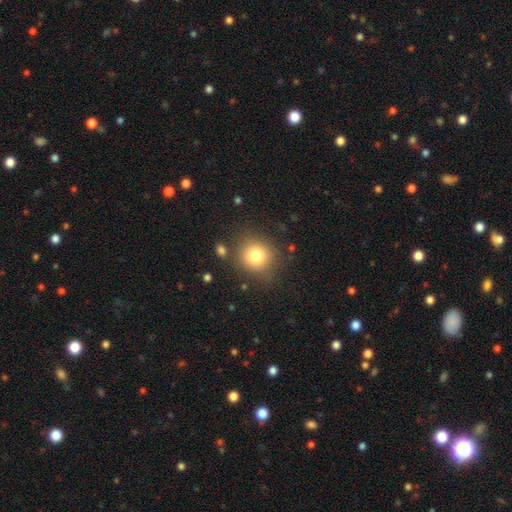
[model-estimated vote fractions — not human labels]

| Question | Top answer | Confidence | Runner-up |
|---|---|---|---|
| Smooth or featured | smooth | 79% | star or artifact (12%) |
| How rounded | round | 88% | in between (11%) |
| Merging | none | 81% | minor disturbance (11%) |